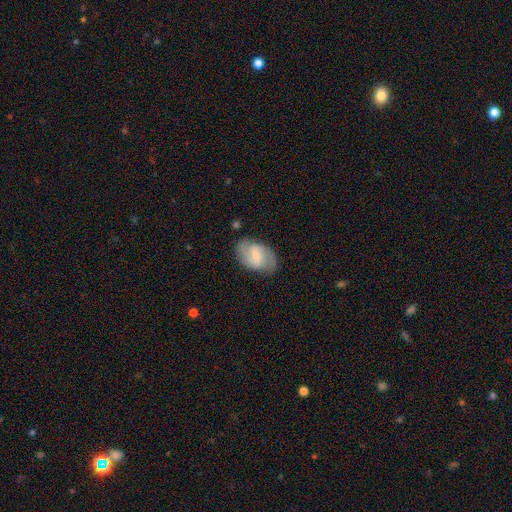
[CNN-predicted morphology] A featured or disk galaxy (67%) with a weak bar (54%), 2 (84%) medium (49%) spiral arms (89%) and a small central bulge (68%).

Vote fractions:
- Smooth or featured? featured or disk: 67% / smooth: 27% / star or artifact: 6%
- Edge-on disk? no: 96% / yes: 4%
- Bar? weak: 54% / no: 30% / strong: 17%
- Spiral arms? yes: 89% / no: 11%
- Spiral winding? medium: 49% / loose: 26% / tight: 25%
- Spiral arm count? 2: 84% / can't tell: 10% / 3: 2% / 1: 2% / 4: 1% / more than 4: 1%
- Bulge size? small: 68% / moderate: 26% / none: 4% / large: 2% / dominant: 1%
- Merging? none: 75% / minor disturbance: 17% / major disturbance: 6% / merger: 2%